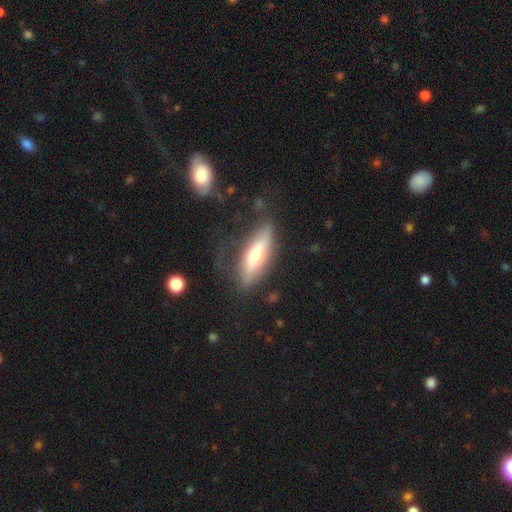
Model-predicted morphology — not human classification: This appears to be a smooth galaxy with no disk features (50%). Merging: none (62%).